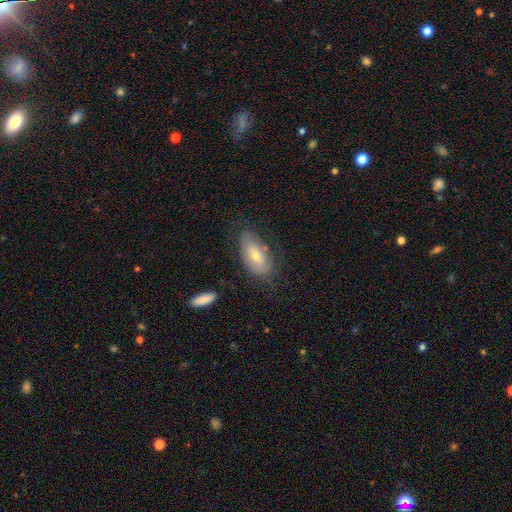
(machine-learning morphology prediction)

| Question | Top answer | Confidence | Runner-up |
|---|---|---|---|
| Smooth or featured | smooth | 52% | featured or disk (40%) |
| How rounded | in between | 88% | cigar-shaped (8%) |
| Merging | none | 67% | minor disturbance (22%) |